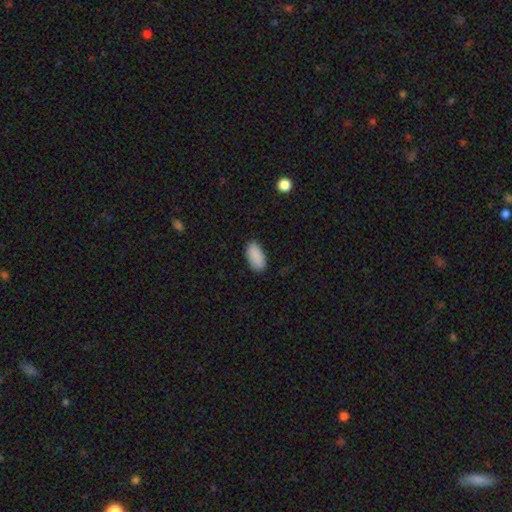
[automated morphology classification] smooth_or_featured: smooth (p=0.90) [alt: star or artifact p=0.07]
how_rounded: in between (p=0.93) [alt: cigar-shaped p=0.04]
merging: none (p=0.84) [alt: minor disturbance p=0.12]